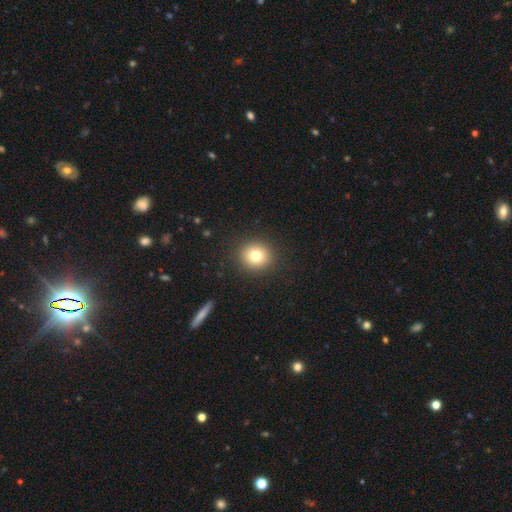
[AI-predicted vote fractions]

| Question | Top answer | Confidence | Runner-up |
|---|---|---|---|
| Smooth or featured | smooth | 77% | star or artifact (12%) |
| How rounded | round | 88% | in between (11%) |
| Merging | none | 91% | minor disturbance (6%) |